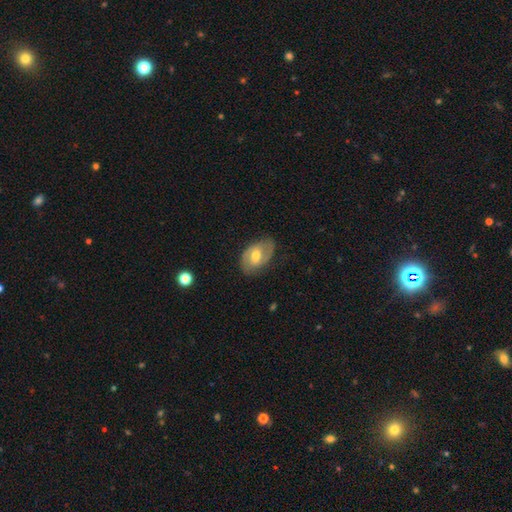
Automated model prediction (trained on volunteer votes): A featured or disk galaxy (60%) with a weak bar (52%), spiral arms (74%) and a moderate central bulge (71%). Merging: none (75%).